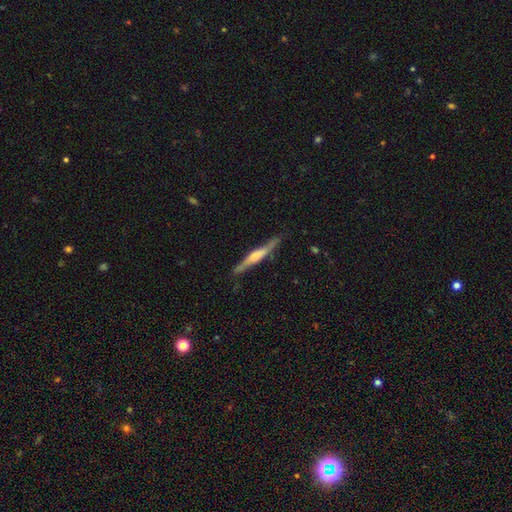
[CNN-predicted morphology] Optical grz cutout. It shows a featured or disk galaxy (61%) viewed edge-on (94%) with a rounded central bulge (56%). Merging: none (80%).